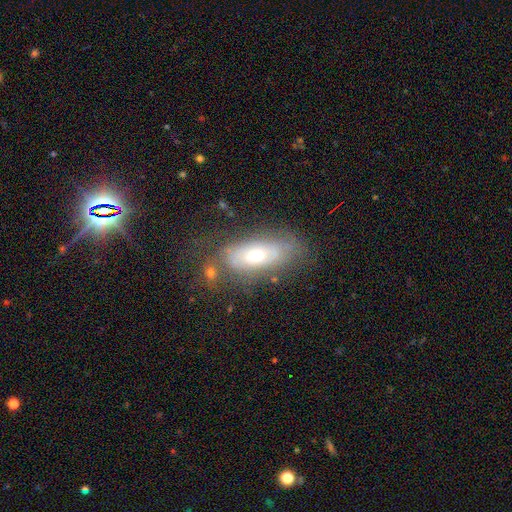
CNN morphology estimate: The model was most divided on "smooth or featured": featured or disk: 50%, smooth: 41%, star or artifact: 8%. More confident: edge-on disk — no (81%); merging — none (61%).